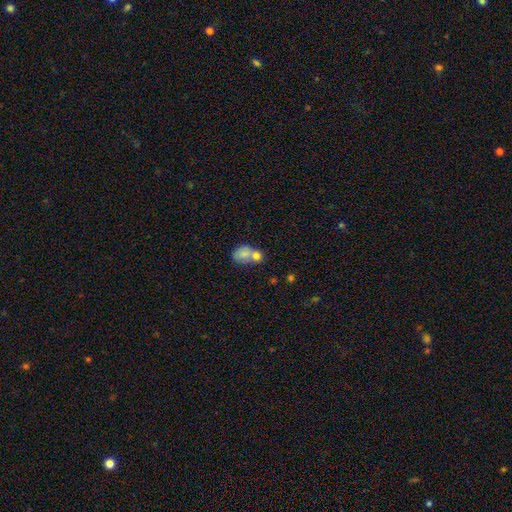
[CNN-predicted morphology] Overall: smooth (74%). How rounded: in between (58%; round 41%). Merging: merger (61%; none 24%).